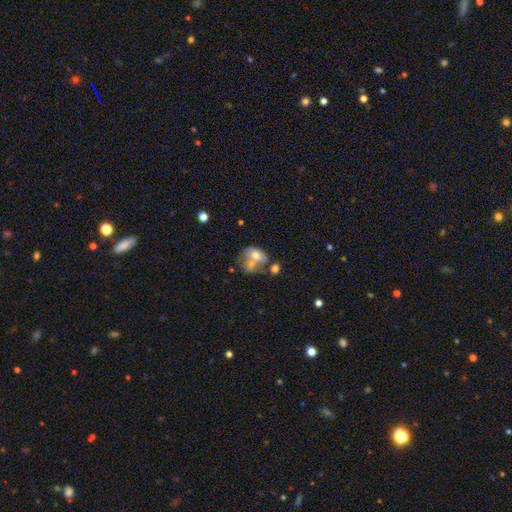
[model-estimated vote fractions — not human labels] A smooth galaxy with no disk features (64%) that is in between round and cigar-shaped (66%).

Vote fractions:
- Smooth or featured? smooth: 64% / featured or disk: 27% / star or artifact: 9%
- How rounded? in between: 66% / round: 32% / cigar-shaped: 1%
- Merging? merger: 56% / none: 22% / minor disturbance: 12% / major disturbance: 10%